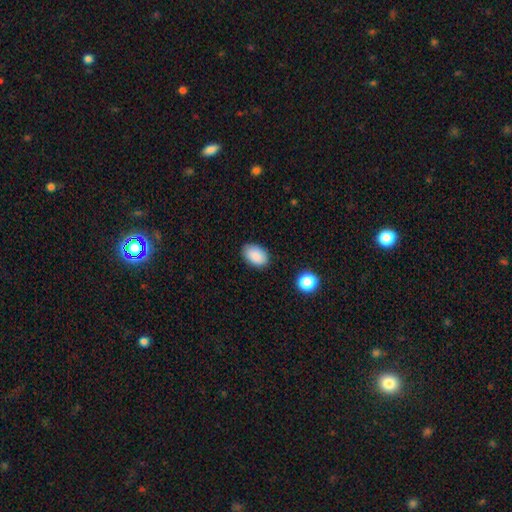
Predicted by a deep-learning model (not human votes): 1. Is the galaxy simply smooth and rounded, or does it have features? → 89% smooth, 8% star or artifact, 4% featured or disk.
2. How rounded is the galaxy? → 91% in between, 8% round, 1% cigar-shaped.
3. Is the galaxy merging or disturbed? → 85% none, 11% minor disturbance, 2% major disturbance, 1% merger.